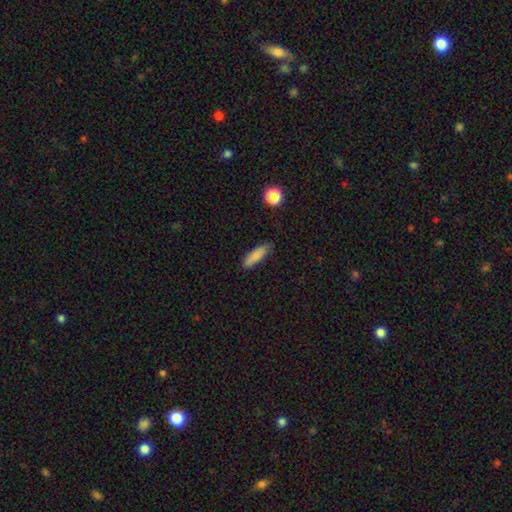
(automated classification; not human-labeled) The model was most divided on "how rounded": cigar-shaped: 57%, in between: 41%, round: 2%. More confident: smooth or featured — smooth (85%); merging — none (82%).